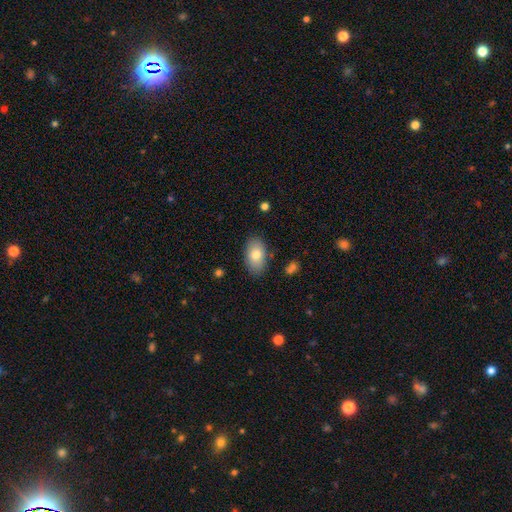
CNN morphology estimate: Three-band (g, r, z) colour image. It shows a smooth galaxy with no disk features (79%) that is in between round and cigar-shaped (92%). Merging: none (84%).